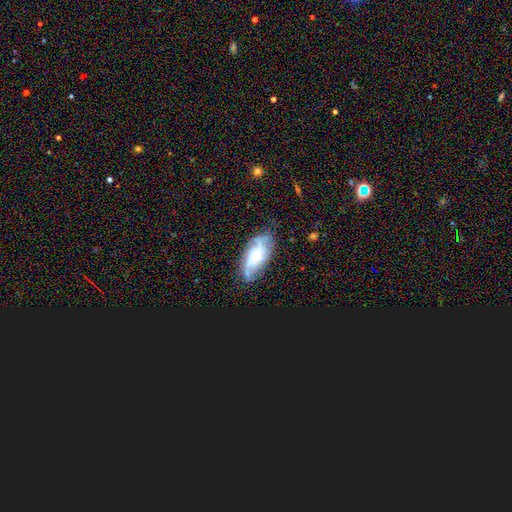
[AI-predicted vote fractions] Morphology: type=featured or disk (74%); edge-on=no (91%); bar=no (67%); spiral arms=yes (89%); winding=medium (40%); arm count=can't tell (34%); bulge=small (52%); merging=none (68%).